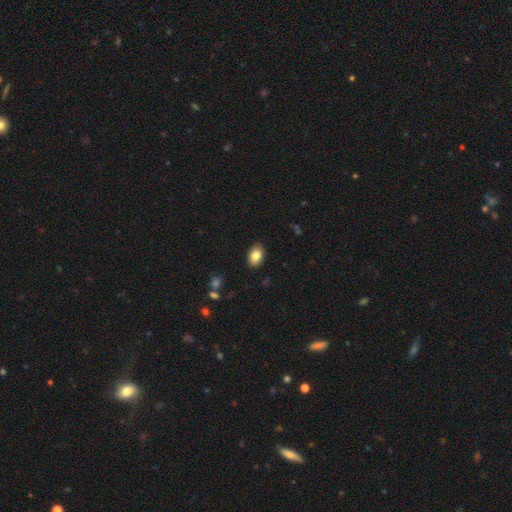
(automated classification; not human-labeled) Smooth or featured?
  - smooth: 85% *
  - star or artifact: 8%
  - featured or disk: 7%
How rounded?
  - in between: 86% *
  - round: 13%
  - cigar-shaped: 1%
Merging?
  - none: 89% *
  - minor disturbance: 8%
  - major disturbance: 2%
  - merger: 1%